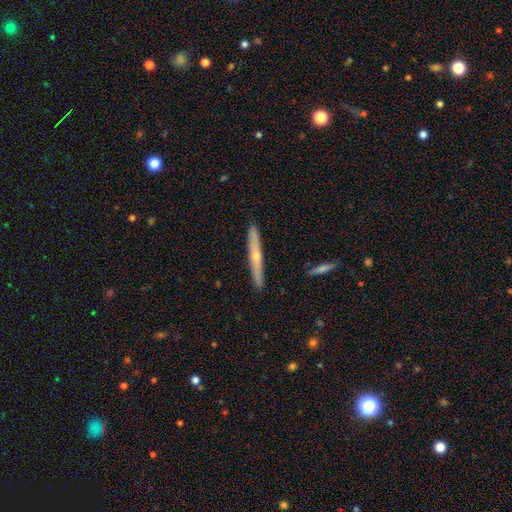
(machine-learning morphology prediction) A featured or disk galaxy (57%) viewed edge-on (94%) with a rounded central bulge (76%).

Vote fractions:
- Smooth or featured? featured or disk: 57% / smooth: 36% / star or artifact: 6%
- Edge-on disk? yes: 94% / no: 6%
- Edge-on bulge? rounded: 76% / none: 22% / boxy: 2%
- Merging? none: 91% / minor disturbance: 7% / major disturbance: 1% / merger: 1%